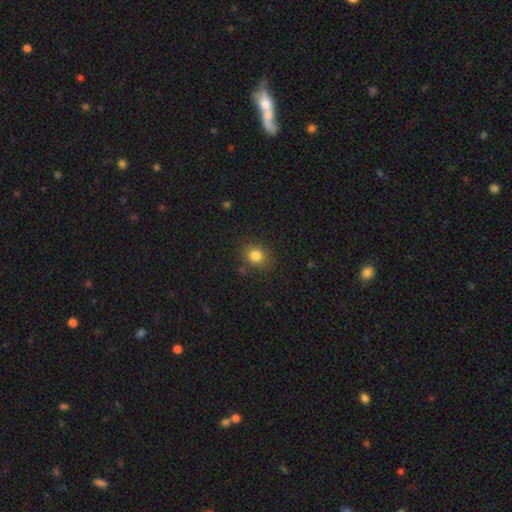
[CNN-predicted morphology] The model was most divided on "how rounded": round: 70%, in between: 29%, cigar-shaped: 1%. More confident: smooth or featured — smooth (82%); merging — none (82%).